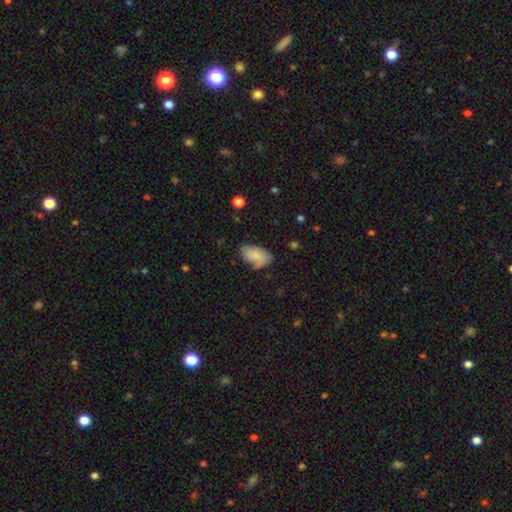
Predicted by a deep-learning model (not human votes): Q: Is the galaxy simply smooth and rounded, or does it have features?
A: smooth — 84%.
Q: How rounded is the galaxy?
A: in between — 94%.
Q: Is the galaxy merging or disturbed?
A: none — 63%.